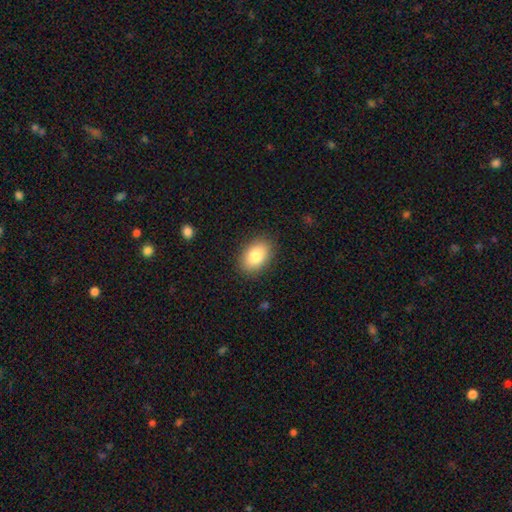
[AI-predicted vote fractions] Smooth or featured: smooth — 83% (featured or disk — 9%)
How rounded: in between — 86% (round — 12%)
Merging: none — 88% (minor disturbance — 8%)